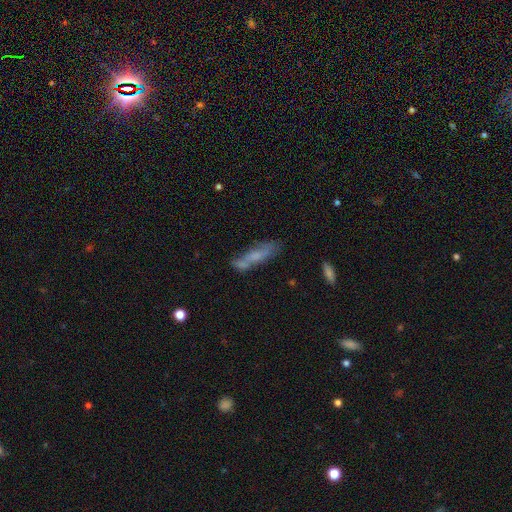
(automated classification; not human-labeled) Smooth or featured?
  - smooth: 48% *
  - featured or disk: 43%
  - star or artifact: 9%
Merging?
  - none: 51% *
  - minor disturbance: 22%
  - merger: 16%
  - major disturbance: 11%